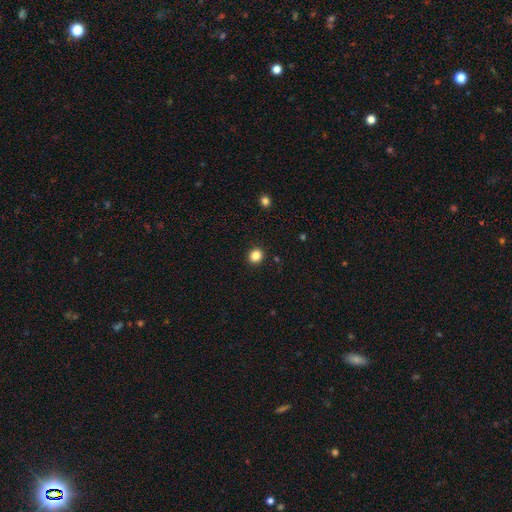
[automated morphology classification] A smooth galaxy with no disk features (86%) that is round (83%).

Vote fractions:
- Smooth or featured? smooth: 86% / star or artifact: 11% / featured or disk: 3%
- How rounded? round: 83% / in between: 16% / cigar-shaped: 1%
- Merging? none: 92% / minor disturbance: 5% / major disturbance: 2% / merger: 1%